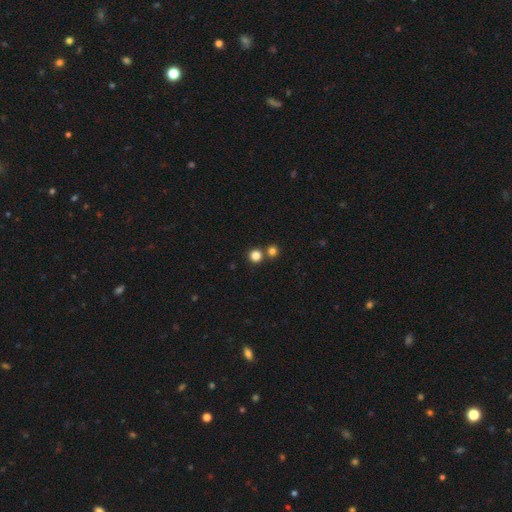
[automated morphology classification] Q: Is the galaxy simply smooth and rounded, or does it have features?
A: smooth — 82%.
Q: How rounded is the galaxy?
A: round — 93%.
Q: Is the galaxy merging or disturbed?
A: none — 72%.